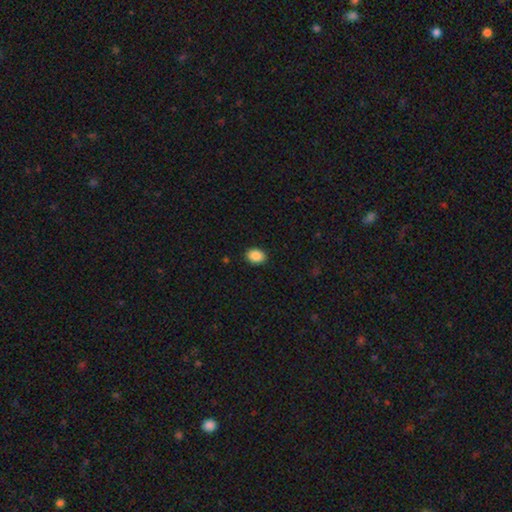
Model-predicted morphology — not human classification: smooth_or_featured: smooth (p=0.89) [alt: star or artifact p=0.08]
how_rounded: in between (p=0.71) [alt: round p=0.28]
merging: none (p=0.90) [alt: minor disturbance p=0.07]